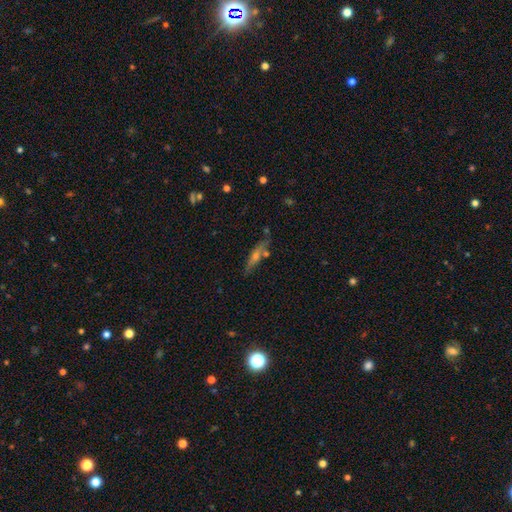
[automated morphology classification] type=featured or disk (49%); merging=none (74%).